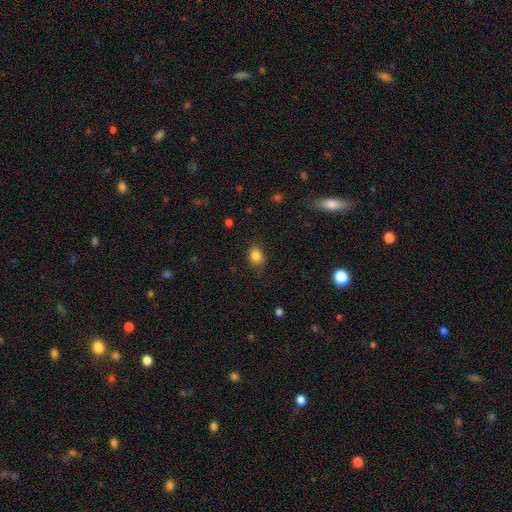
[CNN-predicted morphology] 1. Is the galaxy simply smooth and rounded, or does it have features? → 84% smooth, 11% star or artifact, 5% featured or disk.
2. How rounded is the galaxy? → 50% in between, 49% round, 1% cigar-shaped.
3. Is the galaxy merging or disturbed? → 78% none, 17% minor disturbance, 4% major disturbance, 1% merger.